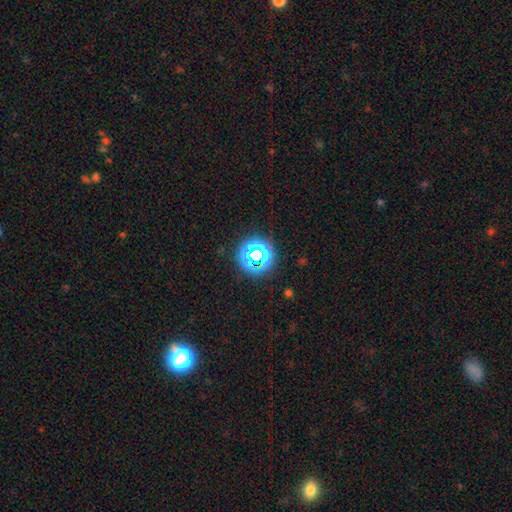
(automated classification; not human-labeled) Smooth or featured?
  - star or artifact: 62% *
  - smooth: 26%
  - featured or disk: 11%